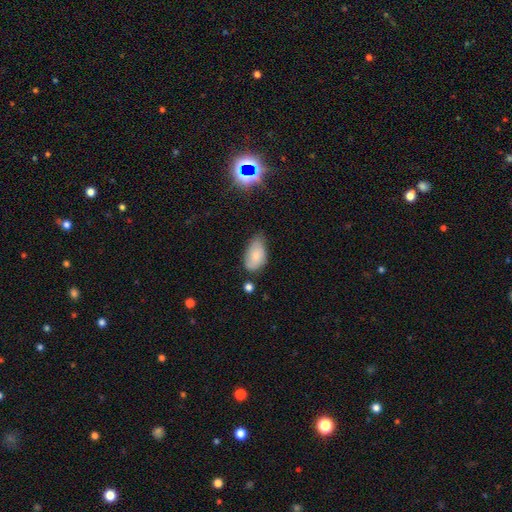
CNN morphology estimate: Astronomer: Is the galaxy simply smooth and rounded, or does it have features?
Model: smooth — 72%.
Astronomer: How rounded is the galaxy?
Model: in between — 92%.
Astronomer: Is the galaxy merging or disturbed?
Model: none — 44% (runner-up: minor disturbance, 43%).